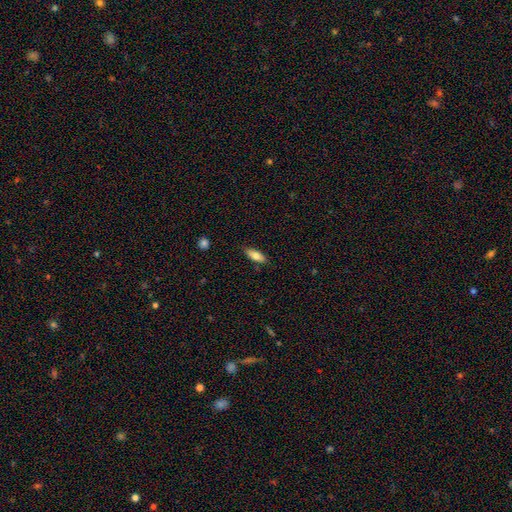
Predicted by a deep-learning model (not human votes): A smooth galaxy with no disk features (76%) that is in between round and cigar-shaped (73%).

Vote fractions:
- Smooth or featured? smooth: 76% / featured or disk: 17% / star or artifact: 7%
- How rounded? in between: 73% / cigar-shaped: 25% / round: 2%
- Merging? none: 85% / minor disturbance: 12% / major disturbance: 2% / merger: 1%